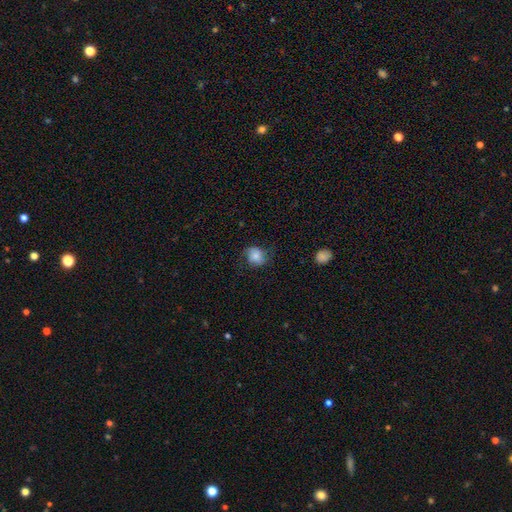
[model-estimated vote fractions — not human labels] smooth-or-featured: smooth: 69% | featured or disk: 22% | star or artifact: 9%
  how-rounded: round: 69% | in between: 30% | cigar-shaped: 1%
  merging: none: 64% | minor disturbance: 24% | major disturbance: 11% | merger: 1%